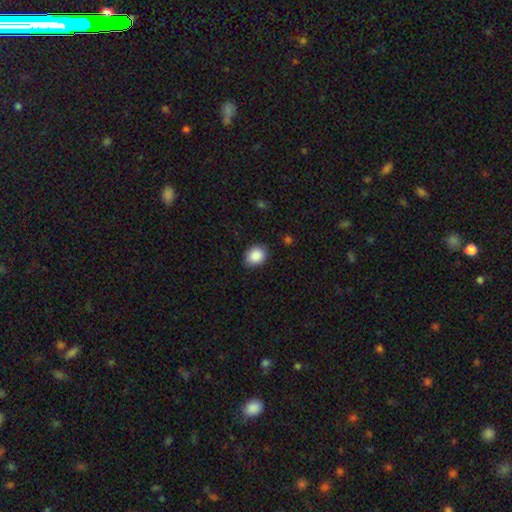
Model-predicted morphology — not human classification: This is clearly a smooth galaxy (89%). How rounded: possibly in between (54%). Merging: clearly none (84%).